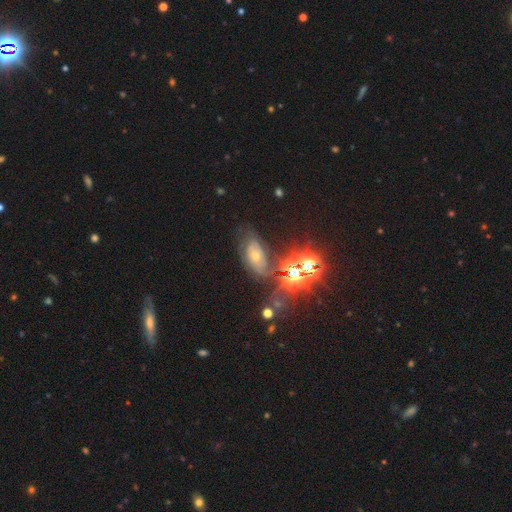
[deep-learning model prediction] A featured or disk galaxy (40%). Merging: none (56%).